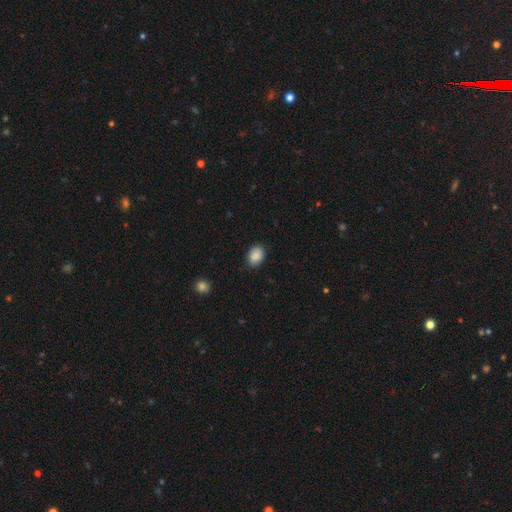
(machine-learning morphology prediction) A smooth galaxy with no disk features (88%) that is in between round and cigar-shaped (68%).

Vote fractions:
- Smooth or featured? smooth: 88% / star or artifact: 8% / featured or disk: 4%
- How rounded? in between: 68% / round: 31% / cigar-shaped: 1%
- Merging? none: 84% / minor disturbance: 13% / major disturbance: 2% / merger: 1%